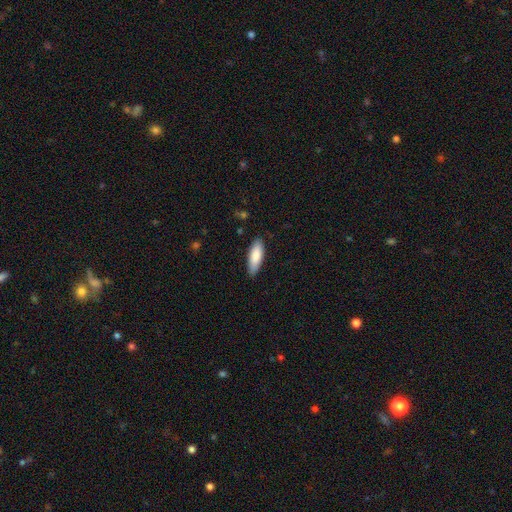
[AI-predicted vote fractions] This is clearly a smooth galaxy (85%). How rounded: likely in between (63%). Merging: clearly none (86%).